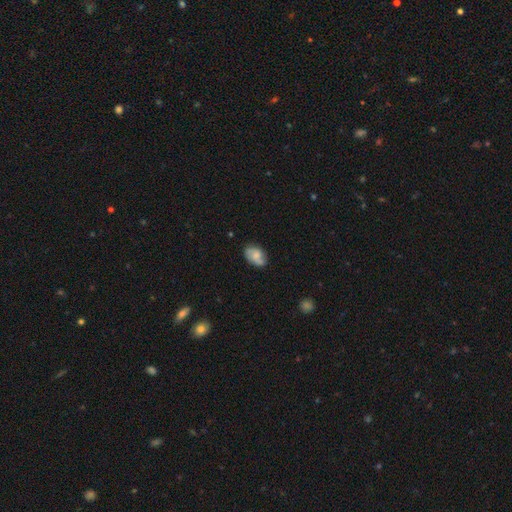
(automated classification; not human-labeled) Smooth or featured? Predicted: smooth (p=0.54). How rounded? Predicted: in between (p=0.86). Merging? Predicted: none (p=0.66).